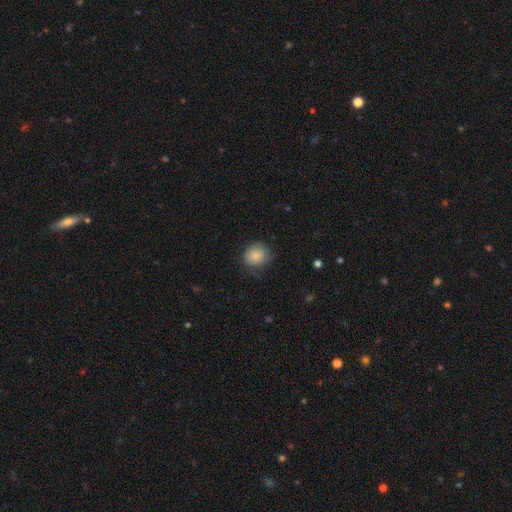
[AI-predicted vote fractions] A smooth galaxy with no disk features (84%) that is round (74%). Merging: none (70%).